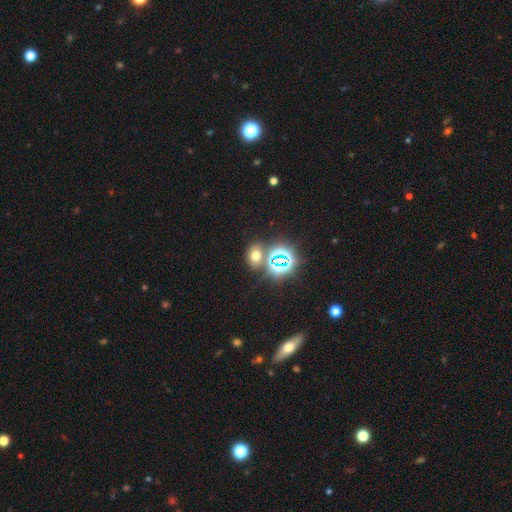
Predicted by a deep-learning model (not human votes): Q: Smooth or featured?
A: smooth (53%); runner-up: star or artifact (37%)
Q: How rounded?
A: in between (58%); runner-up: round (40%)
Q: Merging?
A: none (73%); runner-up: merger (12%)